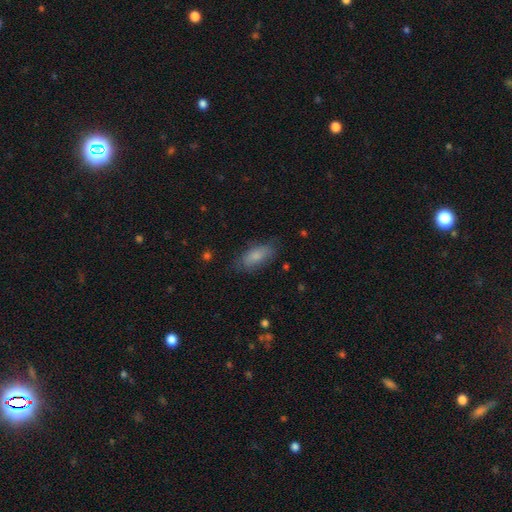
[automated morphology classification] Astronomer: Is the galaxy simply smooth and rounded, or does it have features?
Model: smooth — 79%.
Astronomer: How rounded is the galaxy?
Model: in between — 84%.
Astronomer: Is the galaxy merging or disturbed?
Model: none — 76%.